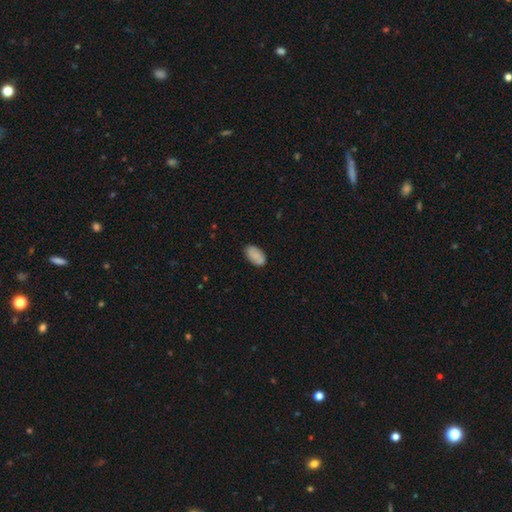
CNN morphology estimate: smooth_or_featured: smooth (p=0.77) [alt: featured or disk p=0.16]
how_rounded: in between (p=0.94) [alt: round p=0.04]
merging: none (p=0.81) [alt: minor disturbance p=0.15]